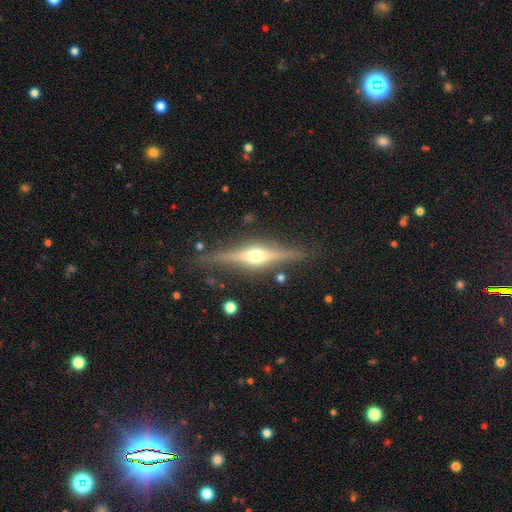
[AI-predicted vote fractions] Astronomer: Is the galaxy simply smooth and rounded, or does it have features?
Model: featured or disk — 83%.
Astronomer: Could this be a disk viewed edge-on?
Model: yes — 97%.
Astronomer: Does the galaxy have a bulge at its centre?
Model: rounded — 94%.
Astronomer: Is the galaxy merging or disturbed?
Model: none — 86%.